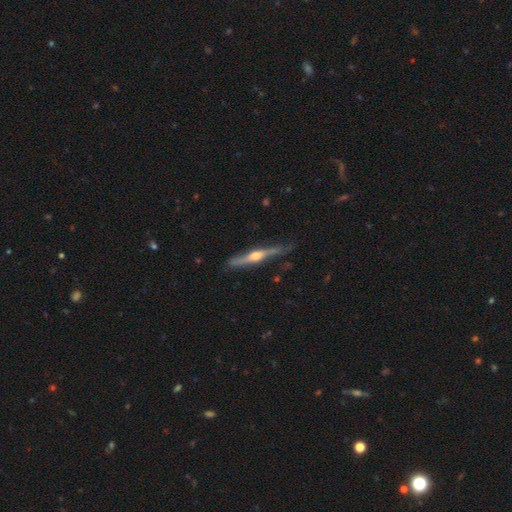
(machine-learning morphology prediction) The model was most divided on "merging": none: 73%, minor disturbance: 21%, major disturbance: 4%, merger: 2%. More confident: edge-on disk — yes (96%); edge-on bulge — rounded (92%); smooth or featured — featured or disk (76%).